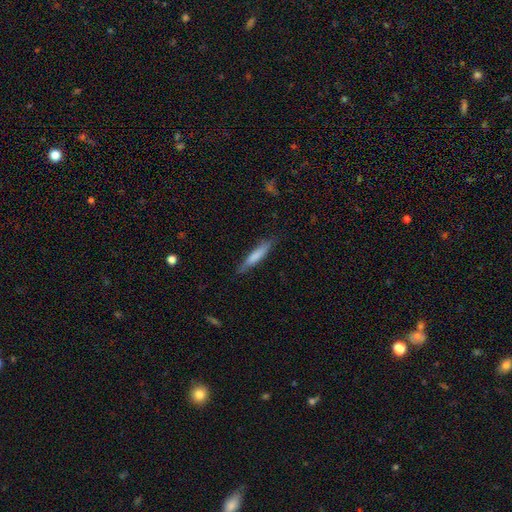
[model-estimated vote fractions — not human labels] Smooth or featured? Predicted: smooth (p=0.74). How rounded? Predicted: cigar-shaped (p=0.88). Merging? Predicted: none (p=0.81).